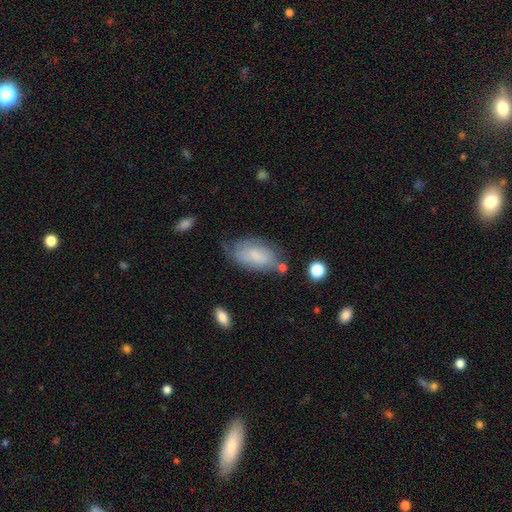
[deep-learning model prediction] smooth_or_featured: smooth (p=0.67) [alt: featured or disk p=0.25]
how_rounded: in between (p=0.93) [alt: cigar-shaped p=0.04]
merging: none (p=0.56) [alt: minor disturbance p=0.28]